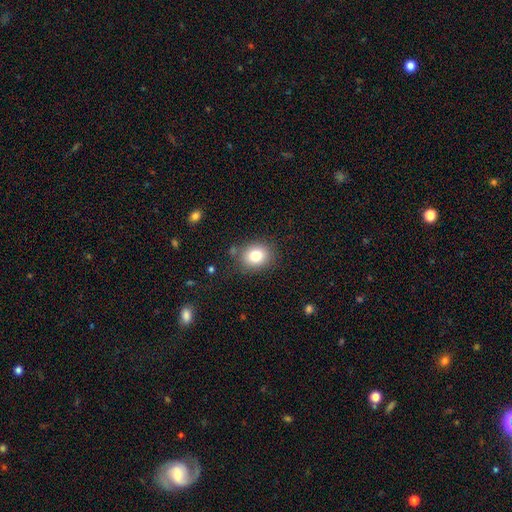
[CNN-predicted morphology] A smooth galaxy with no disk features (80%) that is round (58%). Merging: none (80%).